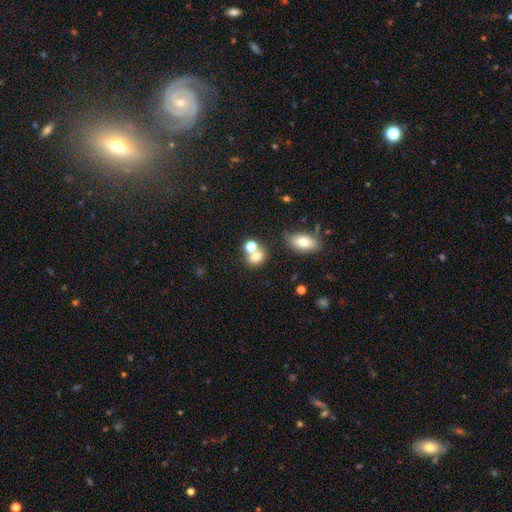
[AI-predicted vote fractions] Smooth or featured?
  - smooth: 75% *
  - star or artifact: 13%
  - featured or disk: 12%
How rounded?
  - round: 55% *
  - in between: 44%
  - cigar-shaped: 1%
Merging?
  - merger: 44% *
  - none: 40%
  - minor disturbance: 10%
  - major disturbance: 5%